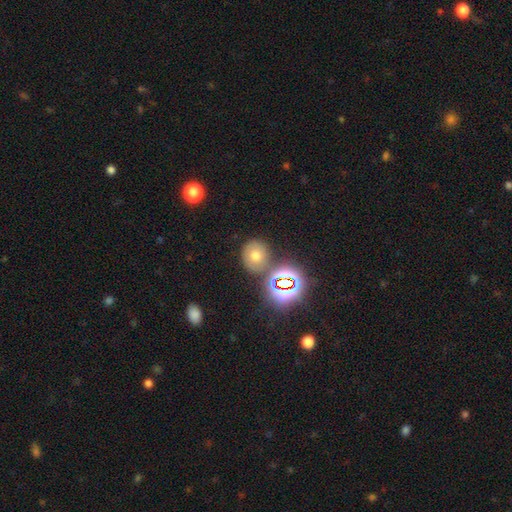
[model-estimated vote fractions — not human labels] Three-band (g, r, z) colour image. It shows a smooth galaxy with no disk features (53%) that is round (79%). Merging: none (74%).